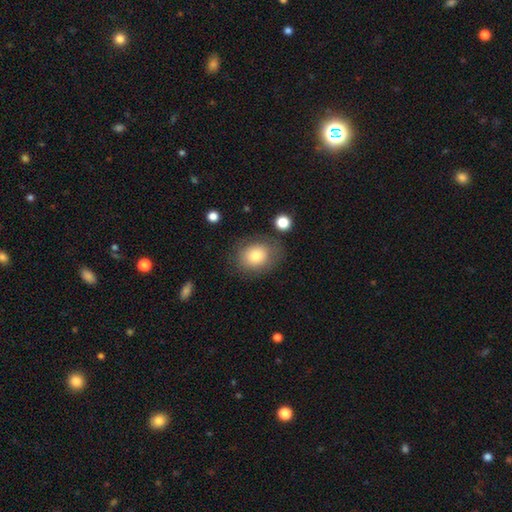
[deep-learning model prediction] A smooth galaxy with no disk features (79%) that is round (53%).

Vote fractions:
- Smooth or featured? smooth: 79% / featured or disk: 13% / star or artifact: 9%
- How rounded? round: 53% / in between: 46% / cigar-shaped: 1%
- Merging? none: 74% / minor disturbance: 16% / major disturbance: 7% / merger: 3%